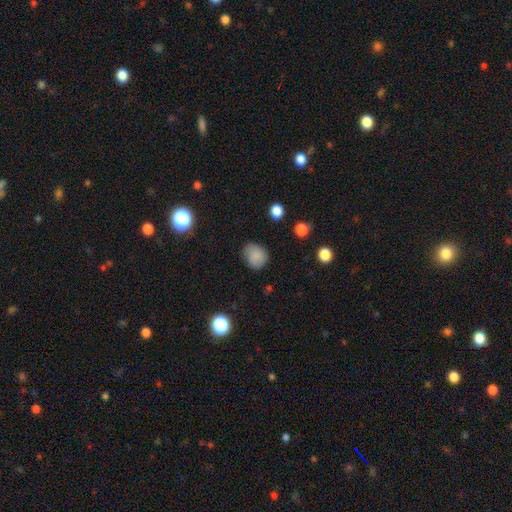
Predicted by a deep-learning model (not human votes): A smooth galaxy with no disk features (82%) that is round (62%). Merging: none (70%).